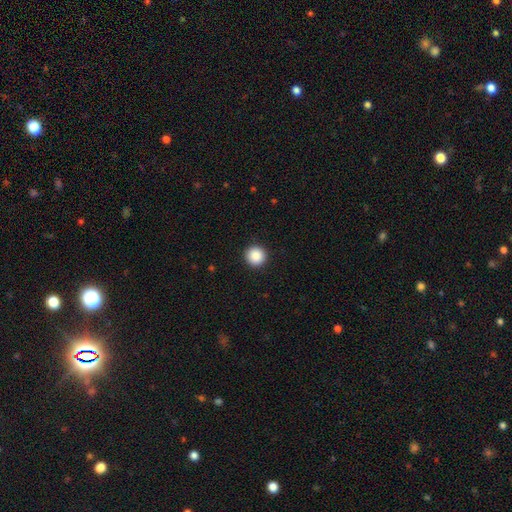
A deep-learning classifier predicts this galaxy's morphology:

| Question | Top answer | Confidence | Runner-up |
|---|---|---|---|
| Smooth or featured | smooth | 88% | star or artifact (9%) |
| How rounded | round | 96% | in between (3%) |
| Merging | none | 93% | minor disturbance (4%) |